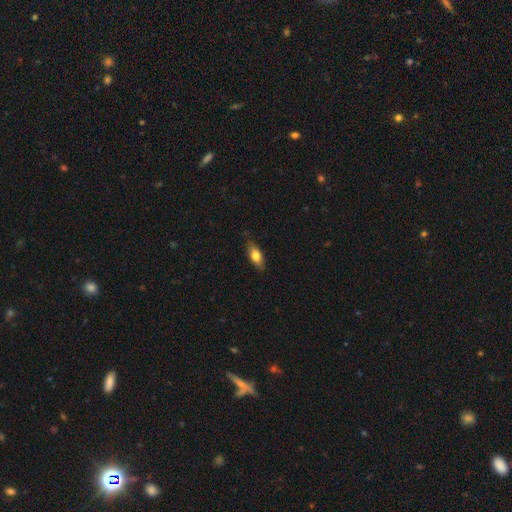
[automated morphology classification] Smooth or featured?
  - smooth: 74% *
  - featured or disk: 19%
  - star or artifact: 7%
How rounded?
  - in between: 80% *
  - cigar-shaped: 16%
  - round: 4%
Merging?
  - none: 81% *
  - minor disturbance: 15%
  - major disturbance: 3%
  - merger: 1%